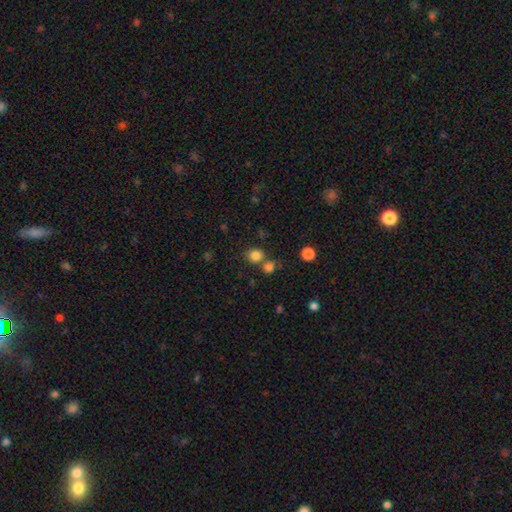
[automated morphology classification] The model was most divided on "merging": none: 65%, merger: 23%, minor disturbance: 9%, major disturbance: 3%. More confident: smooth or featured — smooth (82%); how rounded — round (80%).